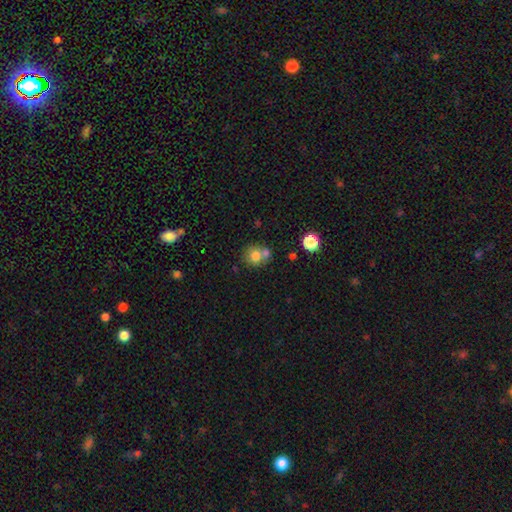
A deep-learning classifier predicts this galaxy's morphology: Q: Smooth or featured?
A: smooth (75%); runner-up: featured or disk (14%)
Q: How rounded?
A: round (83%); runner-up: in between (16%)
Q: Merging?
A: none (50%); runner-up: merger (36%)